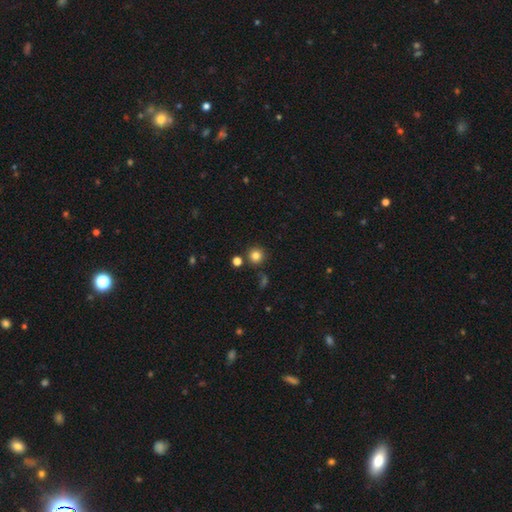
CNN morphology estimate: smooth 82%, star or artifact 13%, featured or disk 5%. Down the decision tree: how rounded — round (94%); merging — none (85%).